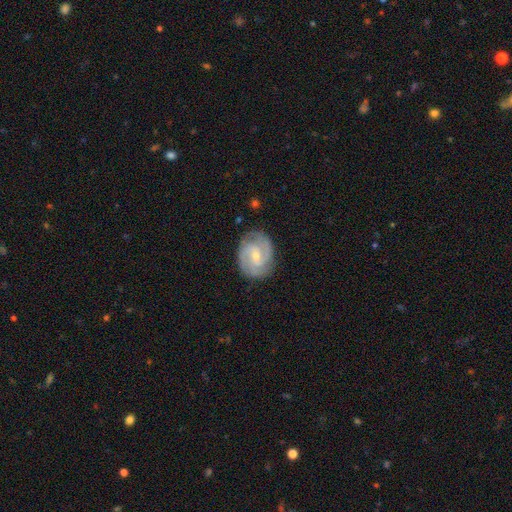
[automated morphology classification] Smooth or featured? Predicted: featured or disk (p=0.85). Edge-on disk? Predicted: no (p=0.98). Bar? Predicted: weak (p=0.47). Spiral arms? Predicted: yes (p=0.97). Spiral winding? Predicted: tight (p=0.49). Spiral arm count? Predicted: 2 (p=0.55). Bulge size? Predicted: small (p=0.59). Merging? Predicted: none (p=0.80).